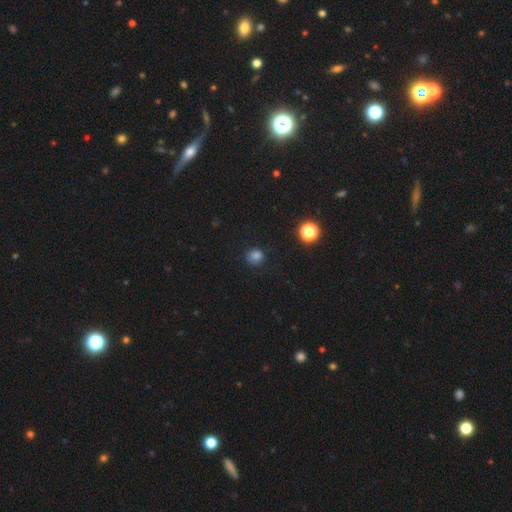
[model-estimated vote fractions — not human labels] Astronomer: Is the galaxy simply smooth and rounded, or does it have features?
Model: smooth — 80%.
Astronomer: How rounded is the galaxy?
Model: round — 83%.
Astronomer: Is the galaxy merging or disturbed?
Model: none — 80%.